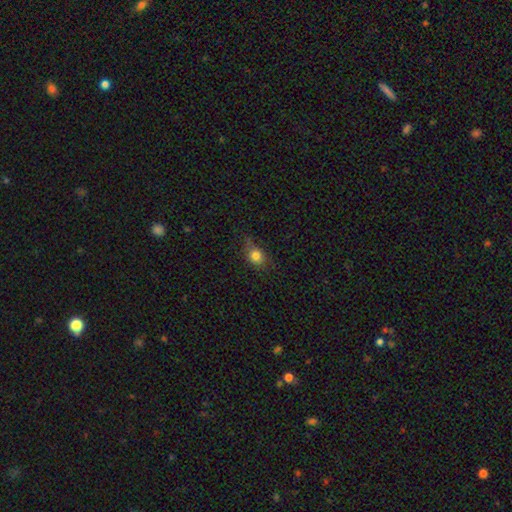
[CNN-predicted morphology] A smooth galaxy with no disk features (81%) that is round (59%). Merging: none (66%).